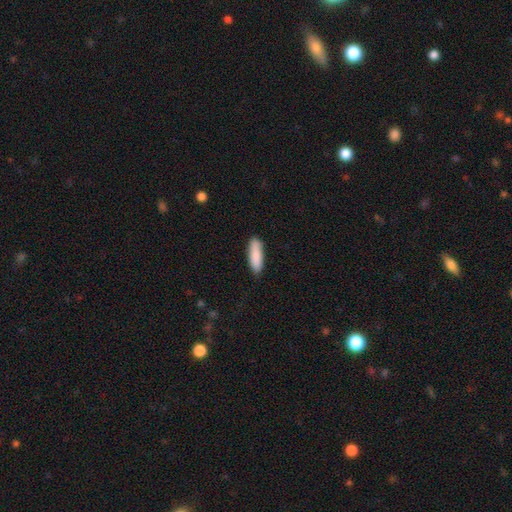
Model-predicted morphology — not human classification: Overall: smooth (87%). How rounded: cigar-shaped (51%; in between 48%). Merging: none (86%).